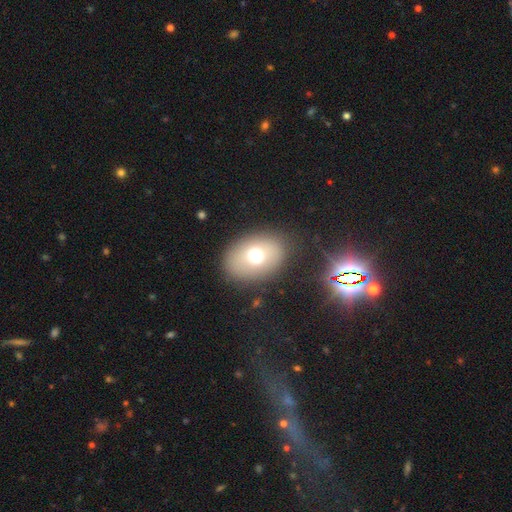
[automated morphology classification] The model was most divided on "how rounded": in between: 66%, round: 33%, cigar-shaped: 1%. More confident: merging — none (82%); smooth or featured — smooth (66%).